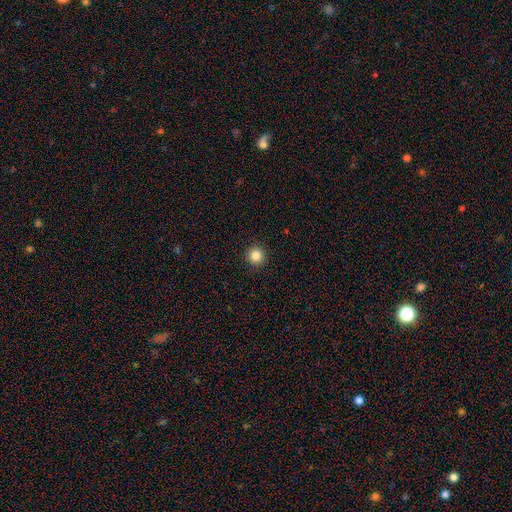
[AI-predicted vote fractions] smooth_or_featured: smooth (p=0.85) [alt: star or artifact p=0.11]
how_rounded: round (p=0.95) [alt: in between p=0.04]
merging: none (p=0.93) [alt: minor disturbance p=0.05]